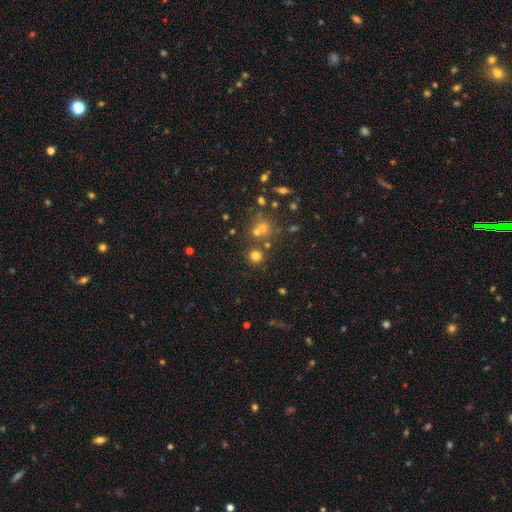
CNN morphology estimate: A smooth galaxy with no disk features (72%) that is round (92%).

Vote fractions:
- Smooth or featured? smooth: 72% / star or artifact: 20% / featured or disk: 8%
- How rounded? round: 92% / in between: 7% / cigar-shaped: 1%
- Merging? none: 75% / merger: 14% / minor disturbance: 7% / major disturbance: 3%